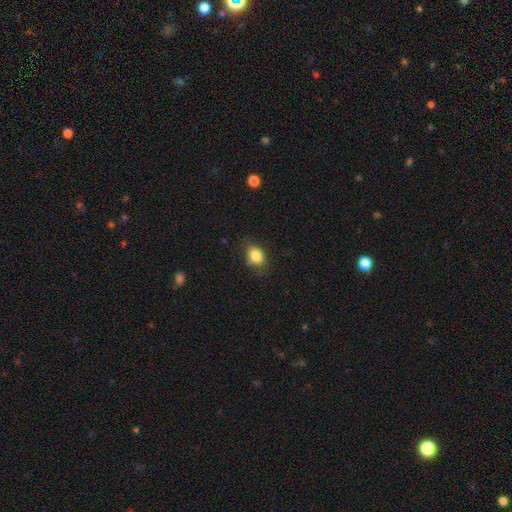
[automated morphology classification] Smooth or featured? Predicted: smooth (p=0.84). How rounded? Predicted: in between (p=0.62). Merging? Predicted: none (p=0.74).